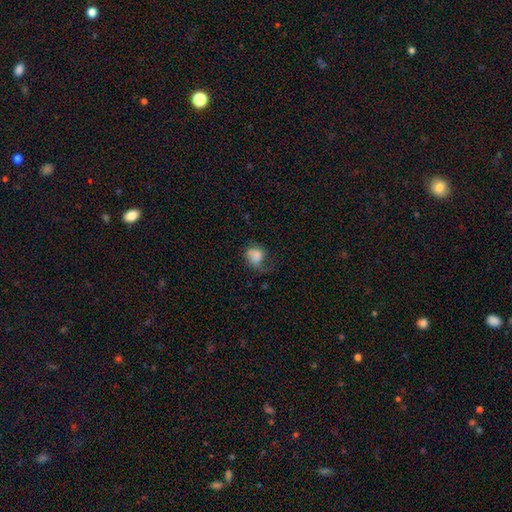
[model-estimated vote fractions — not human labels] Smooth or featured? Predicted: smooth (p=0.74). How rounded? Predicted: round (p=0.55). Merging? Predicted: major disturbance (p=0.34, tied with none).